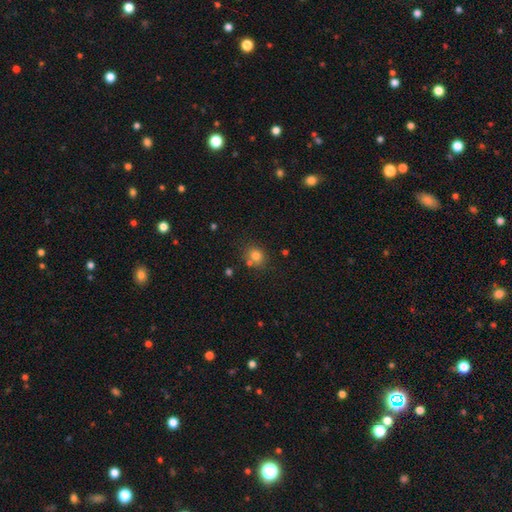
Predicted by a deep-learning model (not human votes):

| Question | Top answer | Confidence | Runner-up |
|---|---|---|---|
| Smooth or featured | smooth | 77% | star or artifact (14%) |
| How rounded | round | 73% | in between (26%) |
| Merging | none | 68% | merger (16%) |